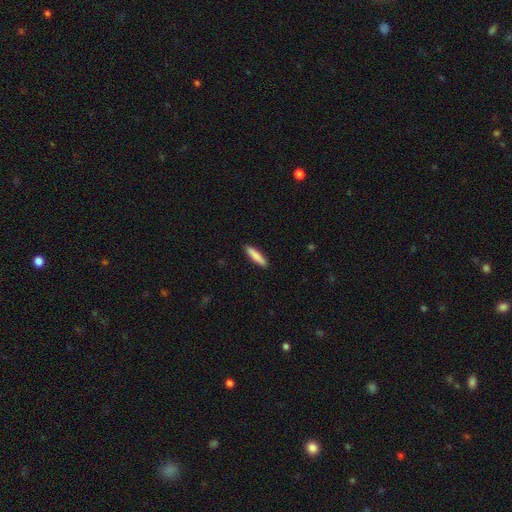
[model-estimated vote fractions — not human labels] smooth-or-featured: smooth: 84% | featured or disk: 10% | star or artifact: 5%
  how-rounded: cigar-shaped: 87% | in between: 12% | round: 1%
  merging: none: 91% | minor disturbance: 6% | major disturbance: 1% | merger: 1%